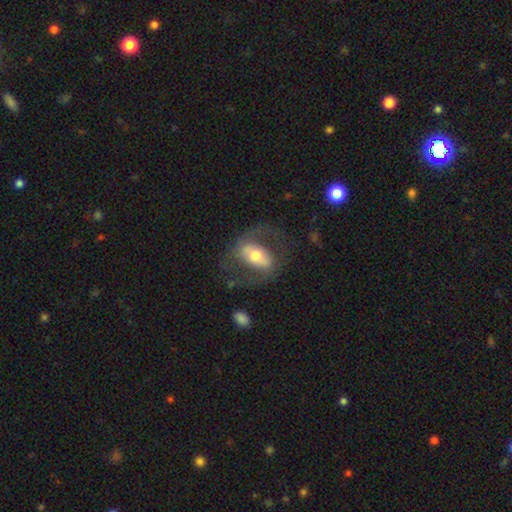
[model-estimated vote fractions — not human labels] A featured or disk galaxy (62%) with a strong bar (46%), spiral arms (61%) and a moderate central bulge (63%).

Vote fractions:
- Smooth or featured? featured or disk: 62% / smooth: 31% / star or artifact: 6%
- Edge-on disk? no: 91% / yes: 9%
- Bar? strong: 46% / weak: 30% / no: 24%
- Spiral arms? yes: 61% / no: 39%
- Bulge size? moderate: 63% / large: 17% / small: 16% / dominant: 2% / none: 1%
- Merging? none: 61% / major disturbance: 20% / minor disturbance: 17% / merger: 2%